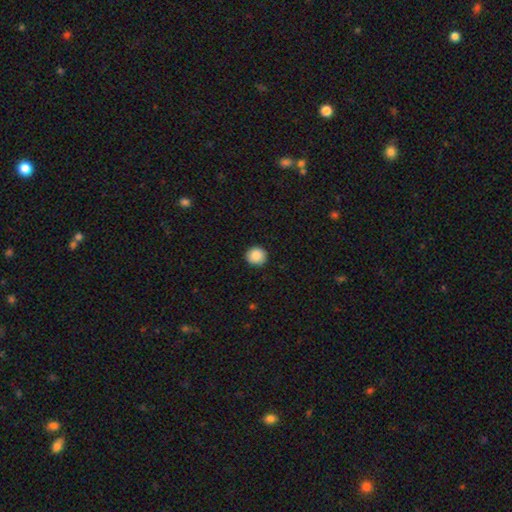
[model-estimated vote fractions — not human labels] smooth-or-featured: smooth: 88% | star or artifact: 8% | featured or disk: 4%
  how-rounded: round: 91% | in between: 8% | cigar-shaped: 1%
  merging: none: 92% | minor disturbance: 5% | major disturbance: 2% | merger: 1%